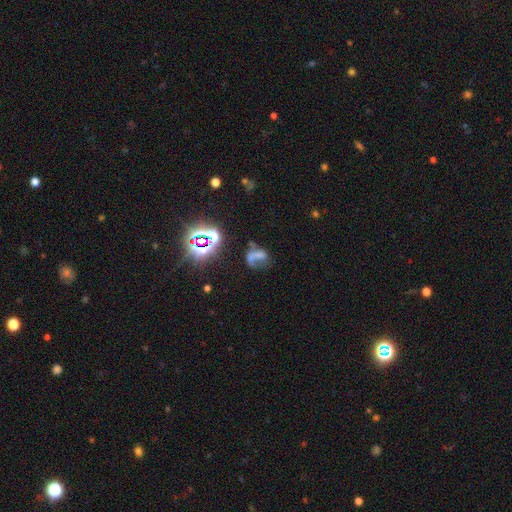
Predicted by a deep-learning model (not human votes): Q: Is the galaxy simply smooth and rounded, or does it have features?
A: featured or disk — 39%.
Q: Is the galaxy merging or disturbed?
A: major disturbance — 37%.